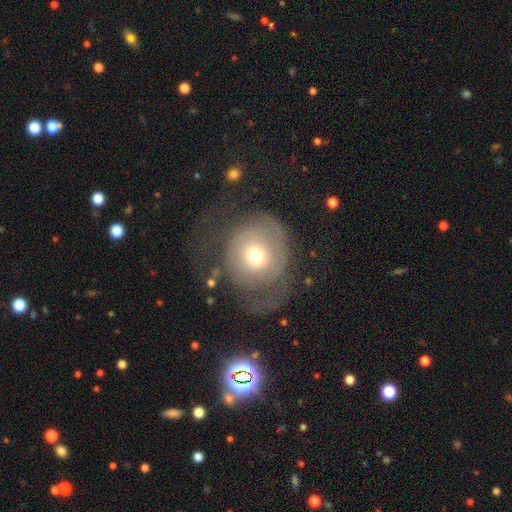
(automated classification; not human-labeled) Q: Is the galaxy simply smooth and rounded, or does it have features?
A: featured or disk — 53%.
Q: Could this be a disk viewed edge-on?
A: no — 96%.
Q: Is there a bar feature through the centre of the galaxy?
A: no — 81%.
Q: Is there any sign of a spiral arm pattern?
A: yes — 62%.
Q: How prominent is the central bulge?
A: moderate — 48%.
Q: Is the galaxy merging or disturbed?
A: major disturbance — 44%.